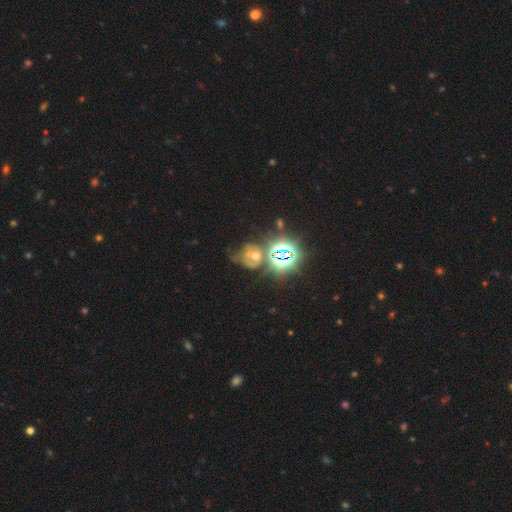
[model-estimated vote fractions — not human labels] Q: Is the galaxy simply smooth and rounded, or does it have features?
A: star or artifact — 50%.